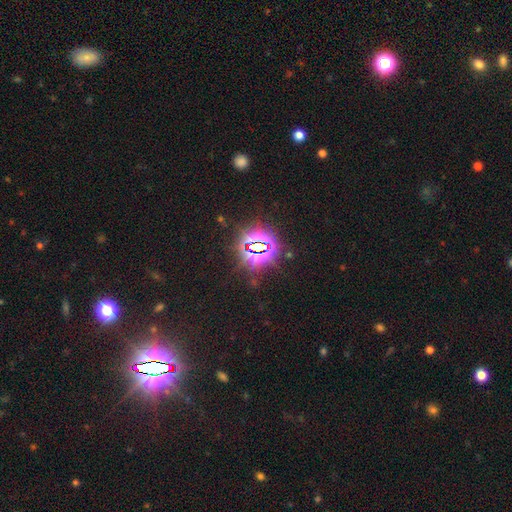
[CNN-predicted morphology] Smooth or featured: star or artifact — 84% (smooth — 10%)